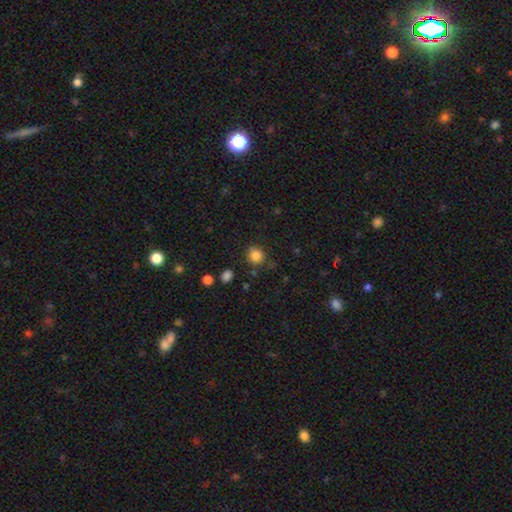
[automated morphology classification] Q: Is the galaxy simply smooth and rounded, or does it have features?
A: smooth — 84%.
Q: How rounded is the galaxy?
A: round — 80%.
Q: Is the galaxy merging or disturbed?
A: none — 77%.